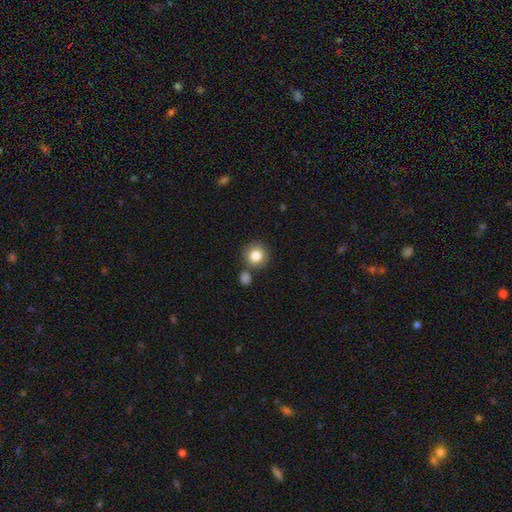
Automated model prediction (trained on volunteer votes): Morphology: type=smooth (83%); roundness=round (91%); merging=none (79%).